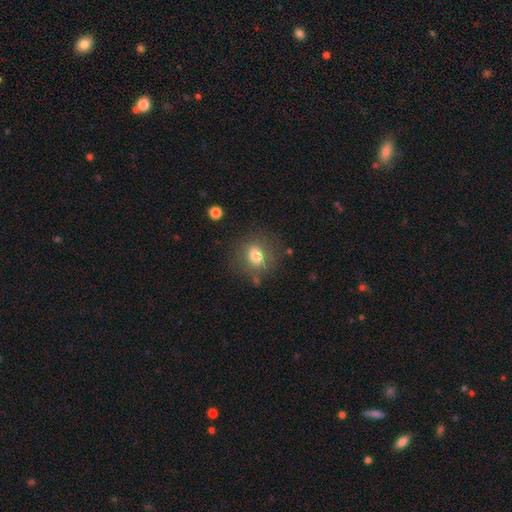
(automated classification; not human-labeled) Morphology: type=smooth (75%); roundness=round (55%); merging=none (74%).